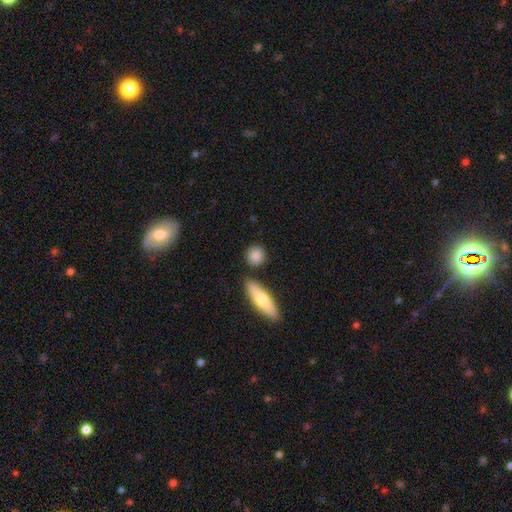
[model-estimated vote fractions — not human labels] Smooth or featured: smooth — 85% (featured or disk — 8%)
How rounded: round — 77% (in between — 18%)
Merging: none — 82% (minor disturbance — 9%)